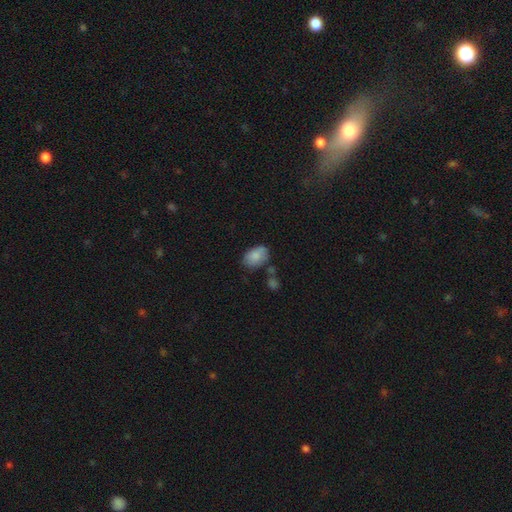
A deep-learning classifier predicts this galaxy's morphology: A smooth galaxy with no disk features (83%) that is in between round and cigar-shaped (86%). Merging: none (61%).